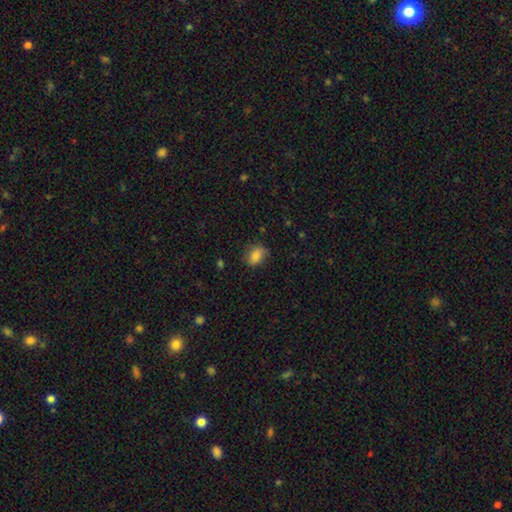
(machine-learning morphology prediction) This appears to be a smooth galaxy with no disk features (80%) that is in between round and cigar-shaped (67%). Merging: none (74%).